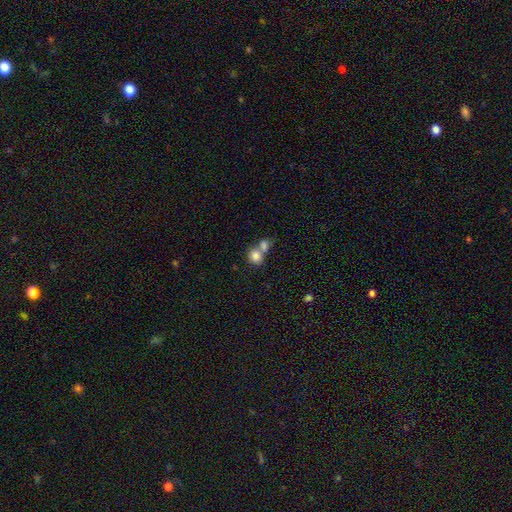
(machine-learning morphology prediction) type=smooth (81%); roundness=round (68%); merging=merger (54%).